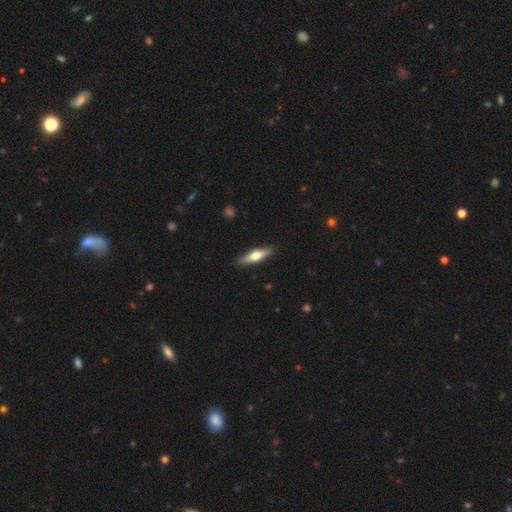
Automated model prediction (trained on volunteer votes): smooth-or-featured: smooth: 48% | featured or disk: 46% | star or artifact: 5%
  merging: none: 90% | minor disturbance: 8% | major disturbance: 2% | merger: 1%